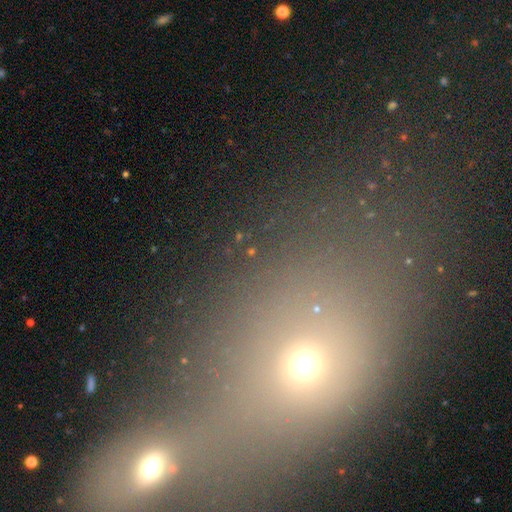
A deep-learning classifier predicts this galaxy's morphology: Smooth or featured? smooth (47%)
Merging? none (49%)